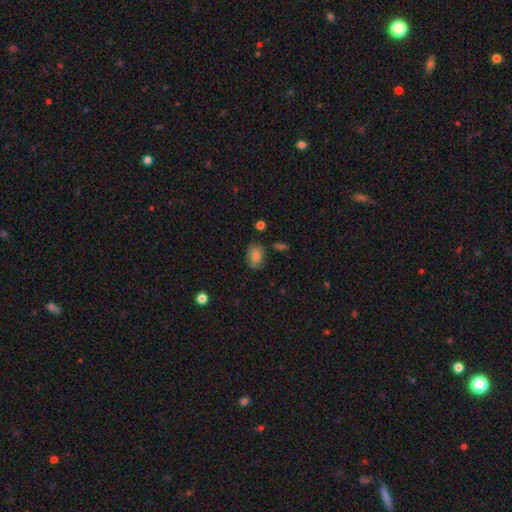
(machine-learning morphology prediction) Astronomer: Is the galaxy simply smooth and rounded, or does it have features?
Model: smooth — 82%.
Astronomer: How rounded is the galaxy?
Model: in between — 77%.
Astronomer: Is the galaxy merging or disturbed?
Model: none — 75%.